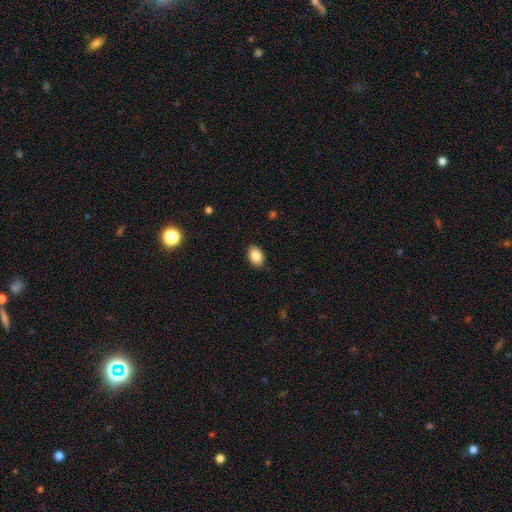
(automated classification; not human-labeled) Smooth or featured? smooth (86%)
How rounded? in between (85%)
Merging? none (89%)